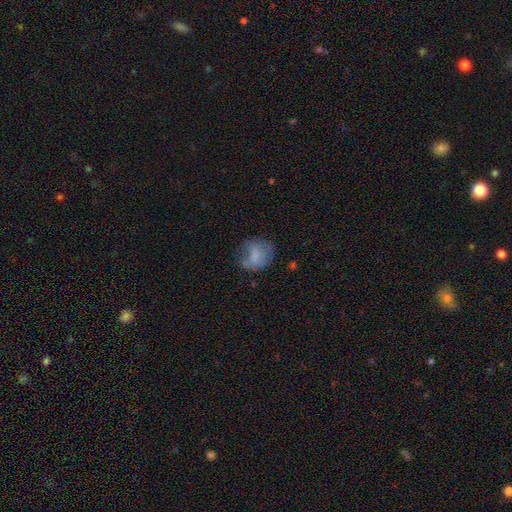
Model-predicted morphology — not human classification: smooth 62%, featured or disk 27%, star or artifact 11%. Down the decision tree: how rounded — round (59%); merging — none (49%).